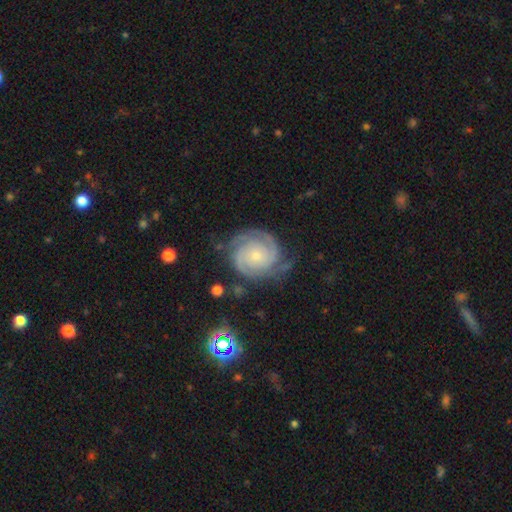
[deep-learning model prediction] The model was most divided on "spiral arm count": 2: 42%, 3: 28%, can't tell: 13%, 4: 8%, more than 4: 5%, 1: 5%. More confident: spiral arms — yes (98%); edge-on disk — no (98%); smooth or featured — featured or disk (89%); bar — no (77%); bulge size — small (74%); spiral winding — tight (74%); merging — none (72%).